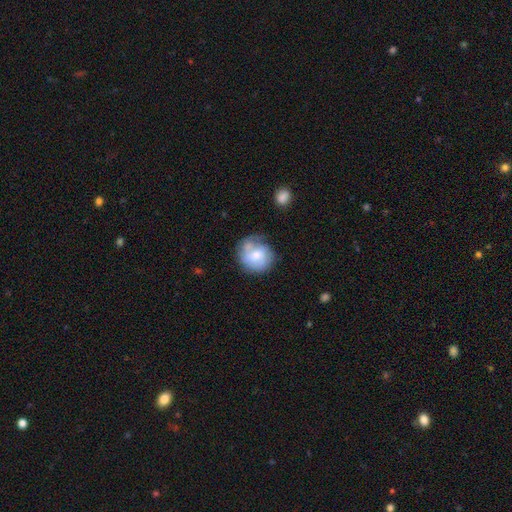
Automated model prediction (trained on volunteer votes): The model was most divided on "smooth or featured": smooth: 53%, featured or disk: 40%, star or artifact: 7%. More confident: how rounded — round (83%); merging — none (54%).